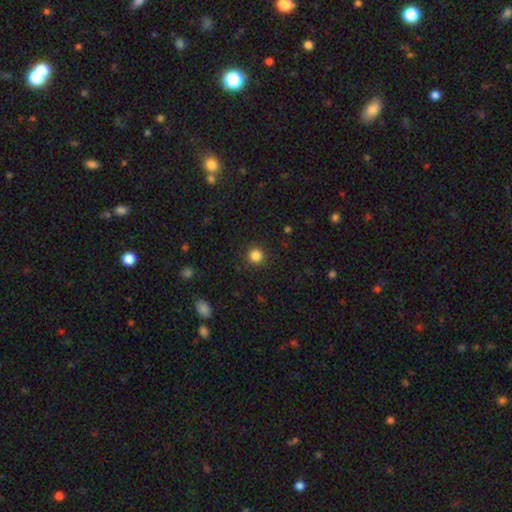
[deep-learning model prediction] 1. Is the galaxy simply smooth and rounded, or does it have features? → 85% smooth, 12% star or artifact, 4% featured or disk.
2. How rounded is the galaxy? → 94% round, 5% in between, 1% cigar-shaped.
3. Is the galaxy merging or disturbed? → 91% none, 5% minor disturbance, 2% major disturbance, 1% merger.